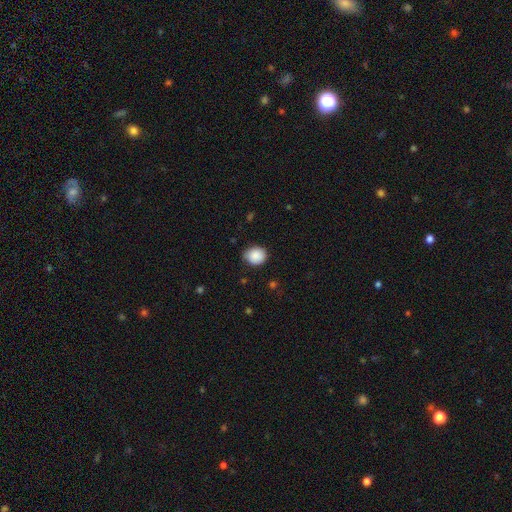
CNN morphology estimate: Smooth or featured? smooth (88%)
How rounded? round (73%)
Merging? none (75%)